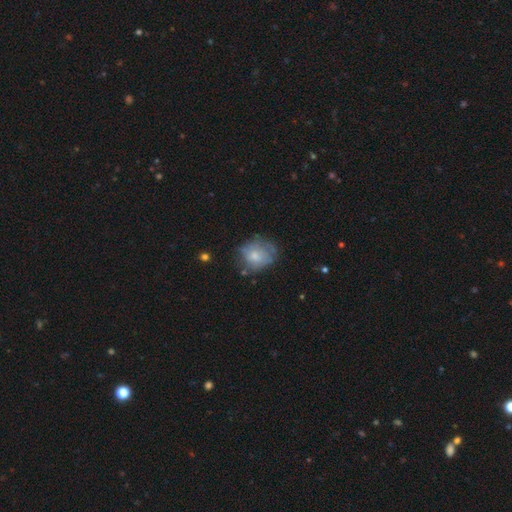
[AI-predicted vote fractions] This appears to be a smooth galaxy with no disk features (57%) that is round (63%). Merging: none (52%).